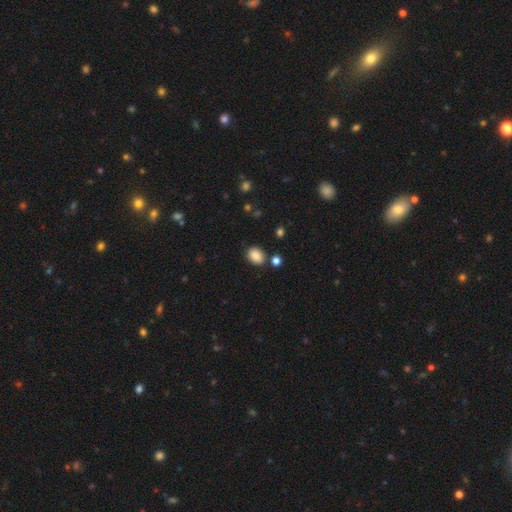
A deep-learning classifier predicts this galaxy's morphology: A smooth galaxy with no disk features (87%) that is in between round and cigar-shaped (70%).

Vote fractions:
- Smooth or featured? smooth: 87% / star or artifact: 9% / featured or disk: 4%
- How rounded? in between: 70% / round: 29% / cigar-shaped: 1%
- Merging? none: 81% / minor disturbance: 10% / merger: 6% / major disturbance: 3%